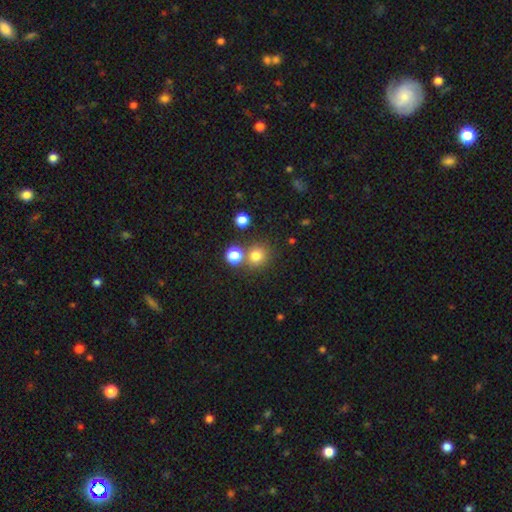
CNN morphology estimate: Smooth or featured? smooth (77%)
How rounded? round (89%)
Merging? none (70%)